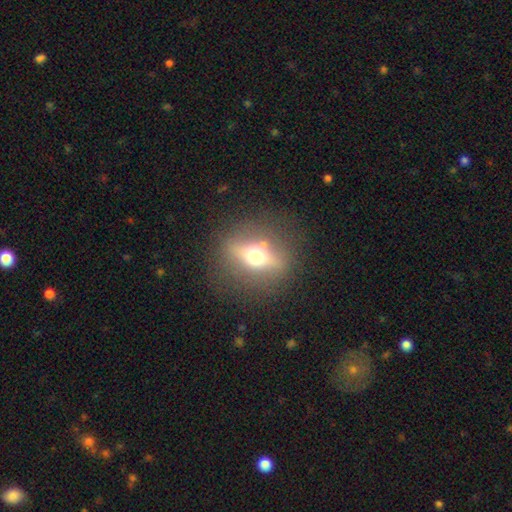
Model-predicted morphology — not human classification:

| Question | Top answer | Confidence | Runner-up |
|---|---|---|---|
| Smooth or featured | featured or disk | 55% | smooth (35%) |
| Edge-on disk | yes | 63% | no (37%) |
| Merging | none | 82% | minor disturbance (11%) |